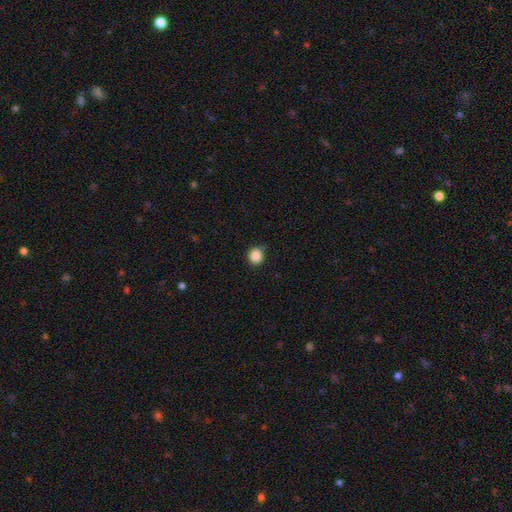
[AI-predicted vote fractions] This appears to be a smooth galaxy with no disk features (87%) that is round (86%). Merging: none (85%).